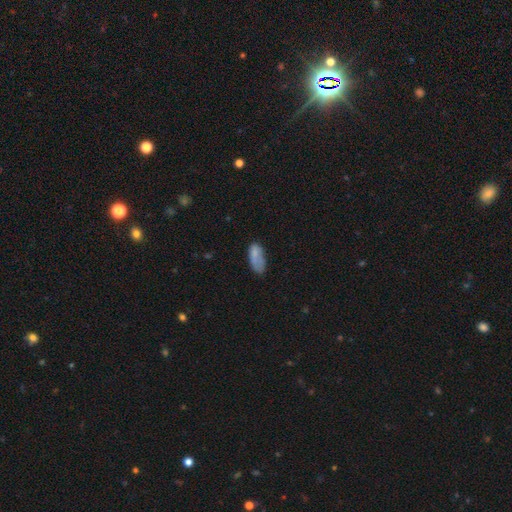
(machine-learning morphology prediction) Smooth or featured?
  - smooth: 77% *
  - featured or disk: 14%
  - star or artifact: 9%
How rounded?
  - in between: 85% *
  - cigar-shaped: 13%
  - round: 2%
Merging?
  - none: 47% *
  - minor disturbance: 33%
  - major disturbance: 16%
  - merger: 4%